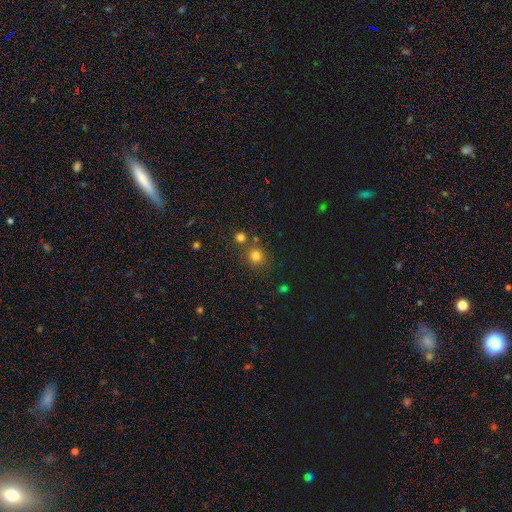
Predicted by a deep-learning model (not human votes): Smooth or featured?
  - smooth: 77% *
  - star or artifact: 17%
  - featured or disk: 6%
How rounded?
  - round: 91% *
  - in between: 8%
  - cigar-shaped: 1%
Merging?
  - none: 74% *
  - merger: 14%
  - minor disturbance: 9%
  - major disturbance: 3%